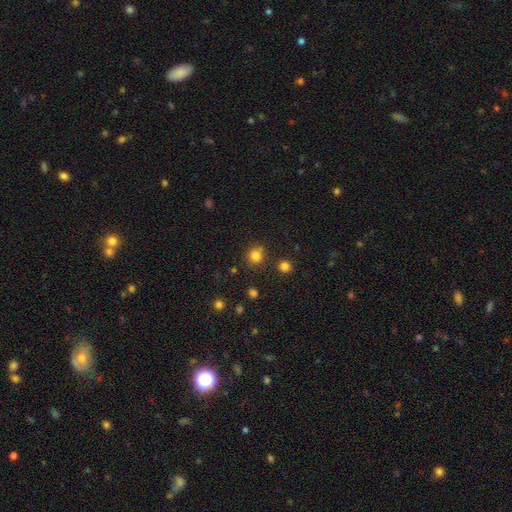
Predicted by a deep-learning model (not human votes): This appears to be a smooth galaxy with no disk features (80%) that is round (89%). Merging: none (77%).